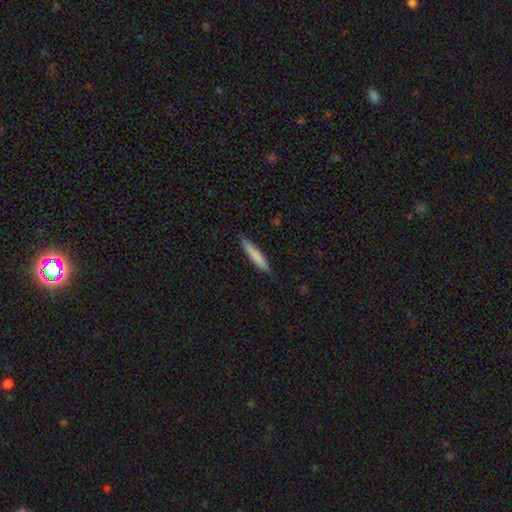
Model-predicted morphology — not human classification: This is clearly a smooth galaxy (80%). How rounded: clearly cigar-shaped (90%). Merging: clearly none (85%).